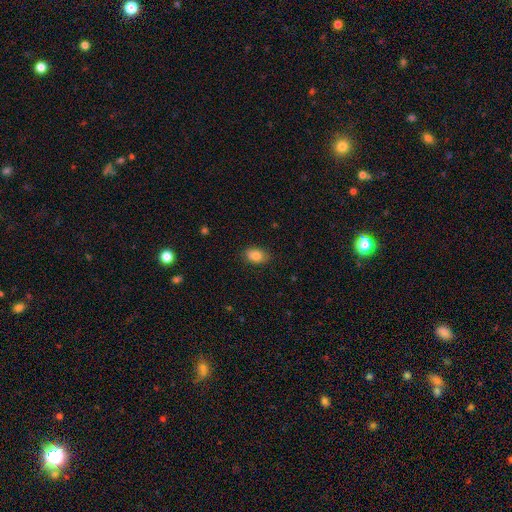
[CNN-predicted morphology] The model was most divided on "how rounded": in between: 81%, round: 17%, cigar-shaped: 1%. More confident: merging — none (84%); smooth or featured — smooth (84%).